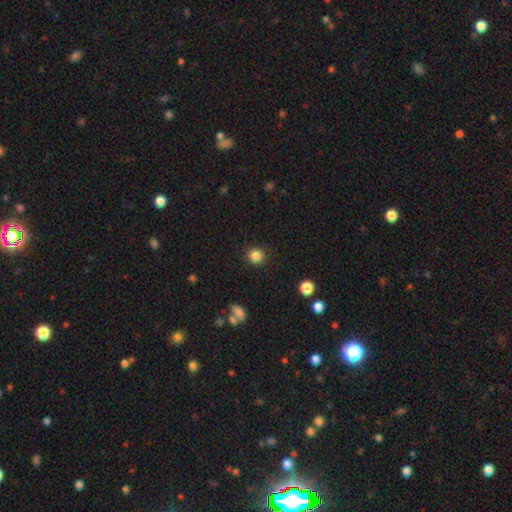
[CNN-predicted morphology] smooth_or_featured: smooth (p=0.84) [alt: star or artifact p=0.12]
how_rounded: round (p=0.91) [alt: in between p=0.08]
merging: none (p=0.89) [alt: minor disturbance p=0.07]